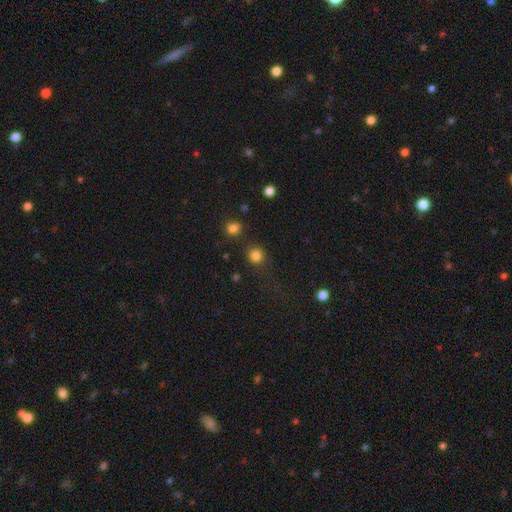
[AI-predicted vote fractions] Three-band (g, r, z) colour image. It shows a smooth galaxy with no disk features (82%) that is round (91%). Merging: none (80%).